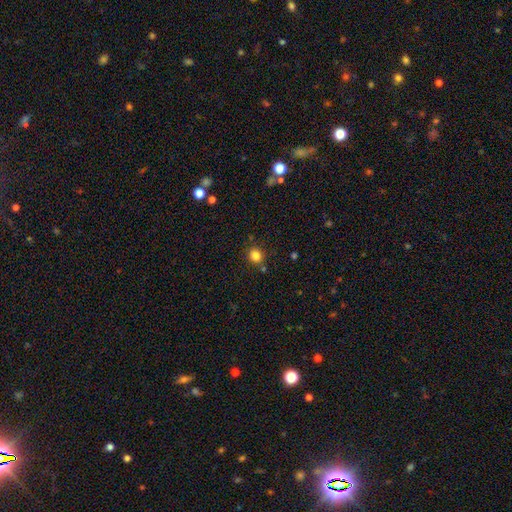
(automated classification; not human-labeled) A smooth galaxy with no disk features (82%) that is round (82%). Merging: none (83%).